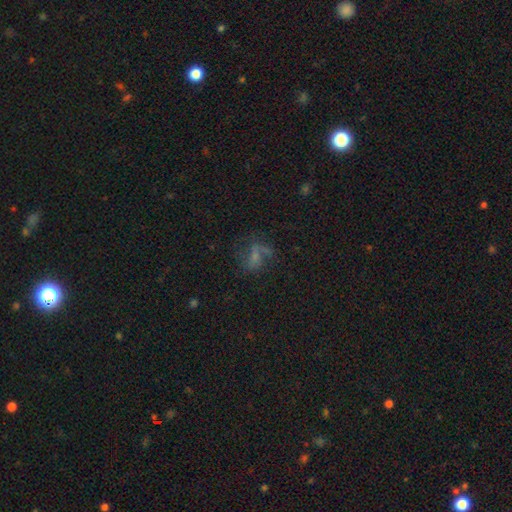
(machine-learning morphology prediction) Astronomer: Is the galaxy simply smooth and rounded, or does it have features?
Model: featured or disk — 42% (runner-up: smooth, 35%).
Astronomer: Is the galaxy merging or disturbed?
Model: none — 47% (runner-up: major disturbance, 28%).